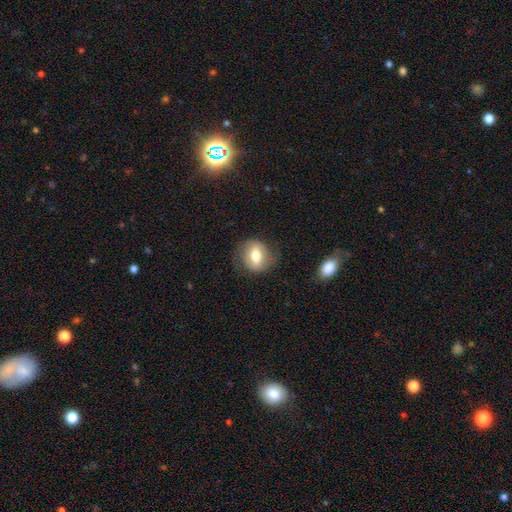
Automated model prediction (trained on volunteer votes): Smooth or featured?
  - smooth: 62% *
  - featured or disk: 31%
  - star or artifact: 8%
How rounded?
  - round: 56% *
  - in between: 42%
  - cigar-shaped: 2%
Merging?
  - none: 75% *
  - minor disturbance: 17%
  - major disturbance: 7%
  - merger: 1%